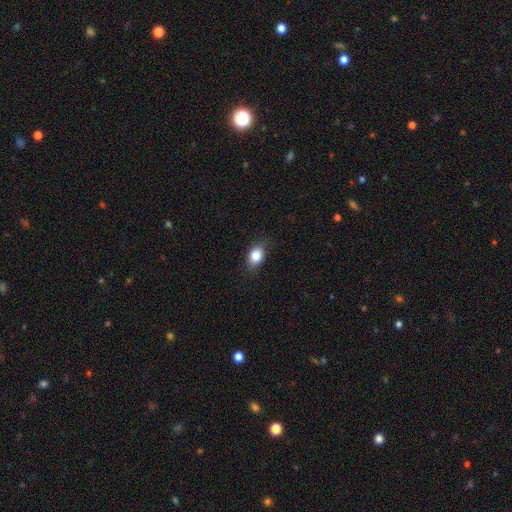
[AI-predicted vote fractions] smooth 84%, star or artifact 9%, featured or disk 8%. Down the decision tree: how rounded — in between (76%); merging — none (84%).